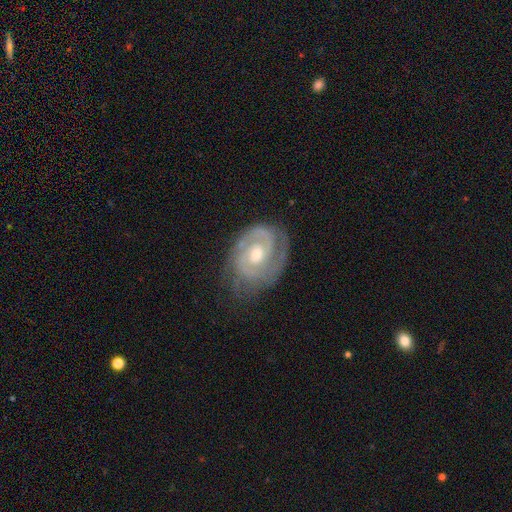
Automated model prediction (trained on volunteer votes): Morphology: type=featured or disk (86%); edge-on=no (97%); bar=no (57%); spiral arms=yes (95%); winding=tight (65%); arm count=2 (62%); bulge=moderate (70%); merging=none (71%).